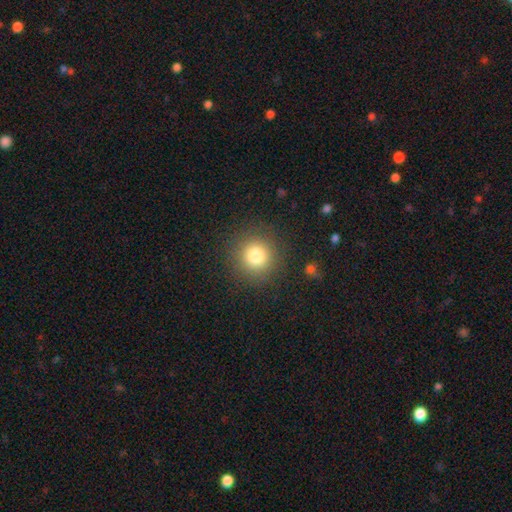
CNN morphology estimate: A smooth galaxy with no disk features (79%) that is round (94%).

Vote fractions:
- Smooth or featured? smooth: 79% / star or artifact: 13% / featured or disk: 8%
- How rounded? round: 94% / in between: 5% / cigar-shaped: 1%
- Merging? none: 89% / minor disturbance: 7% / major disturbance: 3% / merger: 1%